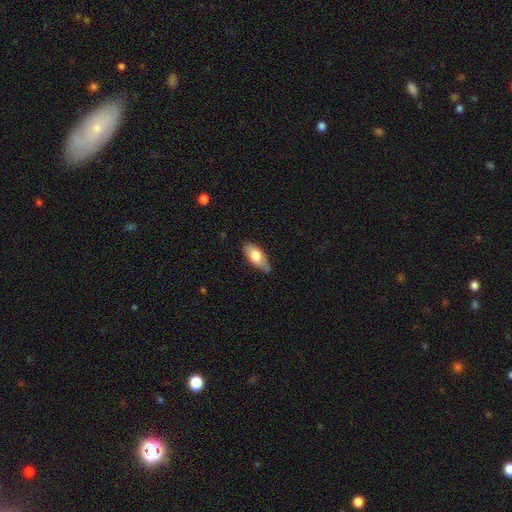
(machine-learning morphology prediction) smooth_or_featured: smooth (p=0.72) [alt: featured or disk p=0.22]
how_rounded: in between (p=0.89) [alt: cigar-shaped p=0.09]
merging: none (p=0.69) [alt: minor disturbance p=0.26]